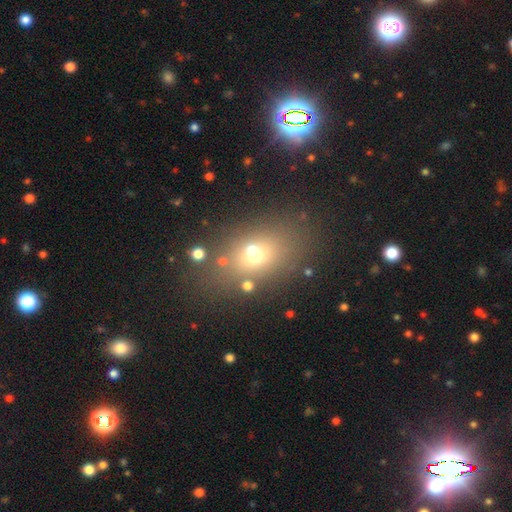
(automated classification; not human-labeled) A smooth galaxy with no disk features (57%) that is in between round and cigar-shaped (69%). Merging: none (65%).